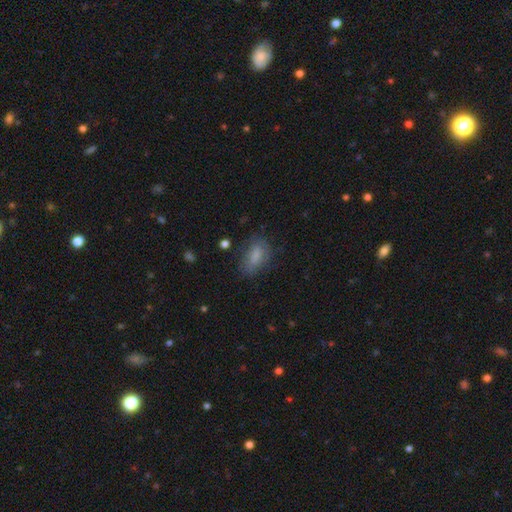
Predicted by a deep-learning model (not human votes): This appears to be a smooth galaxy with no disk features (77%) that is in between round and cigar-shaped (84%). Merging: none (70%).